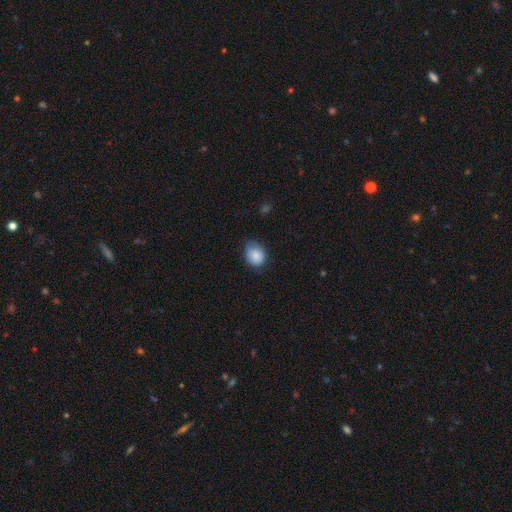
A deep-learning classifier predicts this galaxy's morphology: Smooth or featured?
  - smooth: 85% *
  - star or artifact: 8%
  - featured or disk: 7%
How rounded?
  - round: 56% *
  - in between: 43%
  - cigar-shaped: 1%
Merging?
  - none: 60% *
  - minor disturbance: 32%
  - major disturbance: 7%
  - merger: 1%